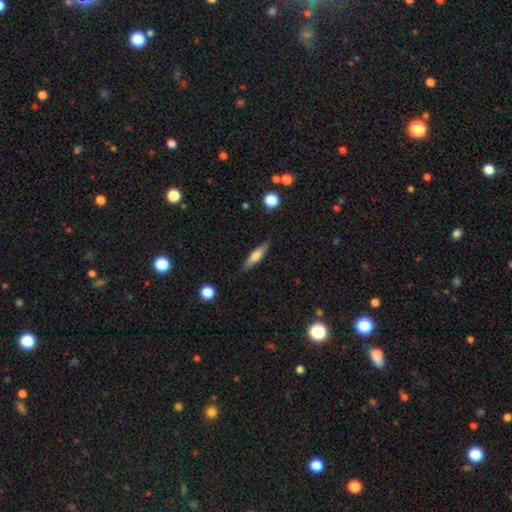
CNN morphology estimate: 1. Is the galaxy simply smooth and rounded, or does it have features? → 60% smooth, 33% featured or disk, 7% star or artifact.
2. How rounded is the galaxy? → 73% cigar-shaped, 25% in between, 2% round.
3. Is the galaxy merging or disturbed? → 85% none, 11% minor disturbance, 2% major disturbance, 1% merger.